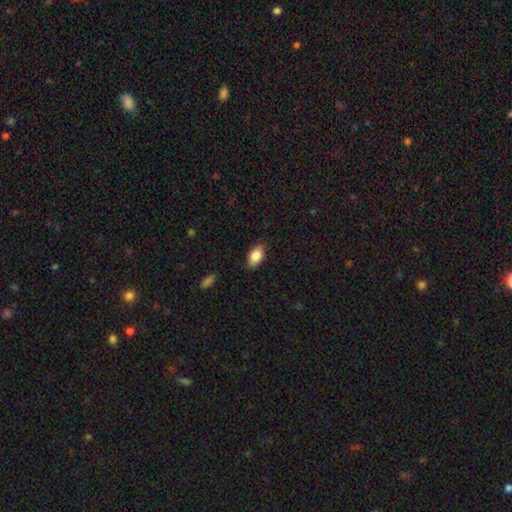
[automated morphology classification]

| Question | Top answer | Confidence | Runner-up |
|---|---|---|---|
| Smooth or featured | smooth | 84% | featured or disk (9%) |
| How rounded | in between | 92% | round (5%) |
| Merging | none | 86% | minor disturbance (11%) |